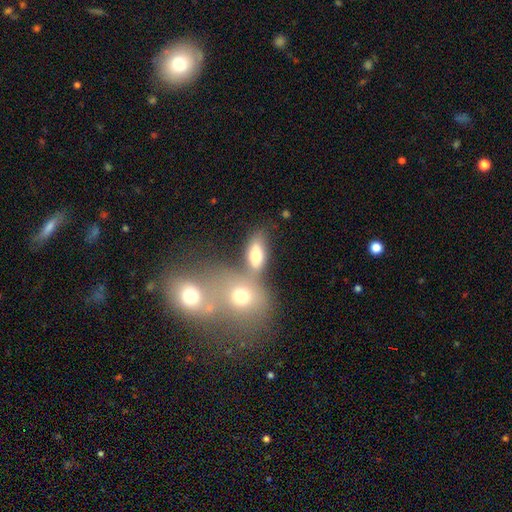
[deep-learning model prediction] Smooth or featured? smooth (69%)
How rounded? in between (77%)
Merging? none (47%)